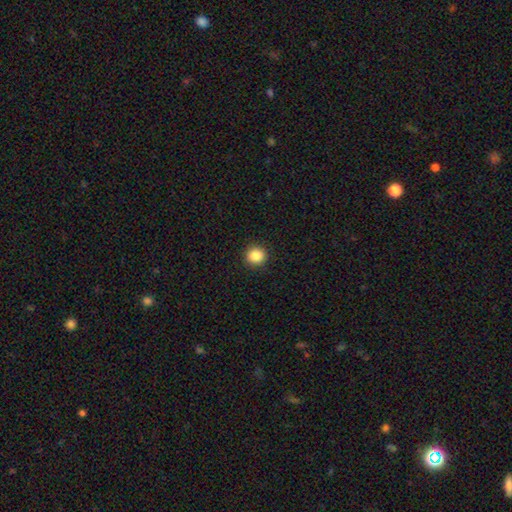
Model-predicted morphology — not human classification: This appears to be a smooth galaxy with no disk features (86%) that is round (91%). Merging: none (93%).